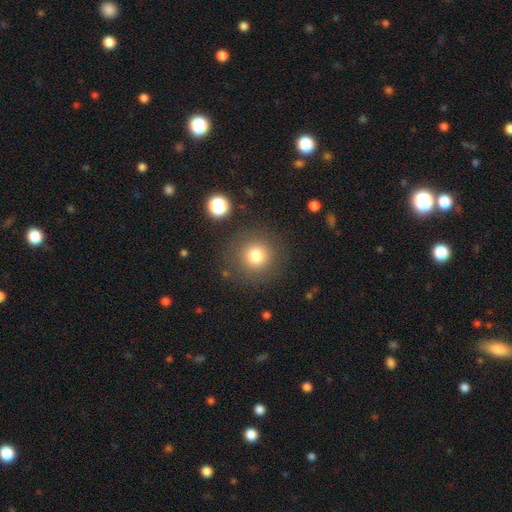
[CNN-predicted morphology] Smooth or featured?
  - smooth: 78% *
  - star or artifact: 13%
  - featured or disk: 9%
How rounded?
  - round: 94% *
  - in between: 5%
  - cigar-shaped: 1%
Merging?
  - none: 85% *
  - minor disturbance: 8%
  - major disturbance: 5%
  - merger: 2%